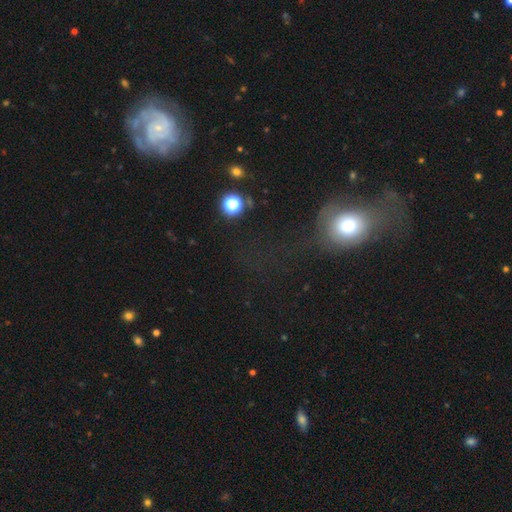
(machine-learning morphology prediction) This appears to be a smooth galaxy with no disk features (37%). Merging: none (51%).